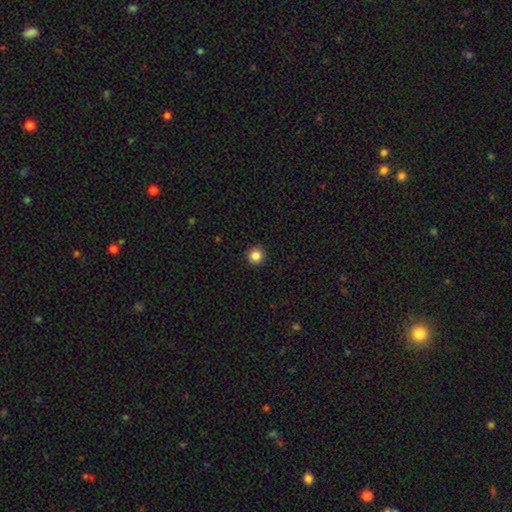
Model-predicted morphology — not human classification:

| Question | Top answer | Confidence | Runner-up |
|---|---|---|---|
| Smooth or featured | smooth | 86% | star or artifact (10%) |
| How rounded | round | 95% | in between (4%) |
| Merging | none | 93% | minor disturbance (4%) |